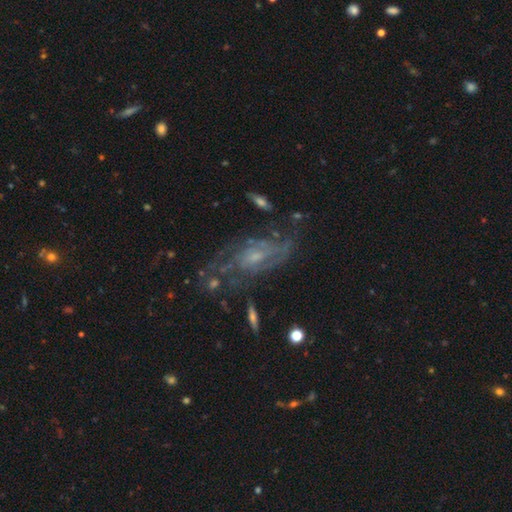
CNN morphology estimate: Smooth or featured: featured or disk — 82% (smooth — 9%)
Edge-on disk: no — 93% (yes — 7%)
Bar: no — 57% (weak — 36%)
Spiral arms: yes — 90% (no — 10%)
Spiral winding: medium — 42% (tied with tight — 42%)
Spiral arm count: can't tell — 37% (2 — 28%)
Bulge size: small — 59% (moderate — 27%)
Merging: none — 58% (minor disturbance — 20%)